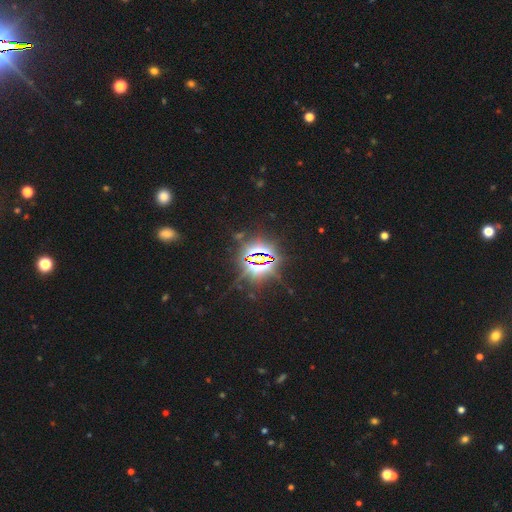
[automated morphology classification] This is clearly a star or artifact rather than a galaxy (84%).